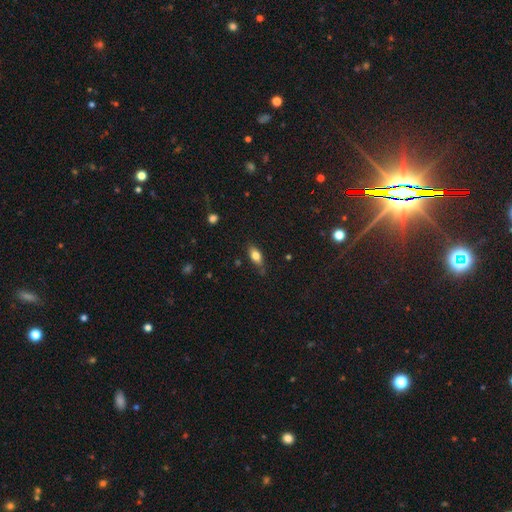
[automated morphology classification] Smooth or featured?
  - smooth: 76% *
  - featured or disk: 16%
  - star or artifact: 8%
How rounded?
  - in between: 83% *
  - cigar-shaped: 12%
  - round: 5%
Merging?
  - none: 74% *
  - minor disturbance: 20%
  - major disturbance: 4%
  - merger: 2%